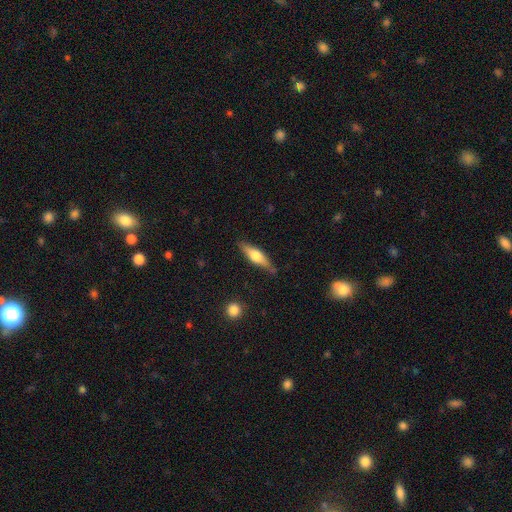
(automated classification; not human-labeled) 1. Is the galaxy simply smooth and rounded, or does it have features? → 48% smooth, 46% featured or disk, 6% star or artifact.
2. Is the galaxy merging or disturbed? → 80% none, 15% minor disturbance, 3% major disturbance, 2% merger.